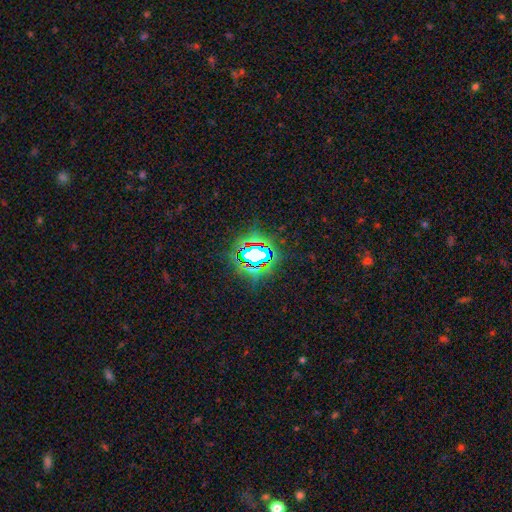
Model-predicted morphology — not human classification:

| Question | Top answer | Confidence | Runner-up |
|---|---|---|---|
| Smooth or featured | star or artifact | 82% | smooth (11%) |